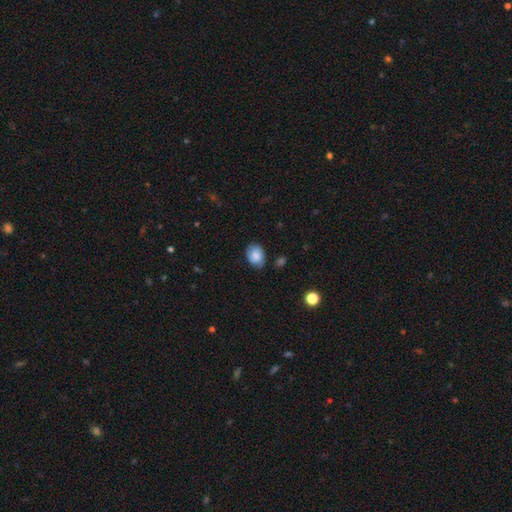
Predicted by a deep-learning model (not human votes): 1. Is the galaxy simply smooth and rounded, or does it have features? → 76% smooth, 16% featured or disk, 8% star or artifact.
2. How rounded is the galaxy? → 68% in between, 31% round, 1% cigar-shaped.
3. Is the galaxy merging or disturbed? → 70% none, 24% minor disturbance, 5% major disturbance, 2% merger.